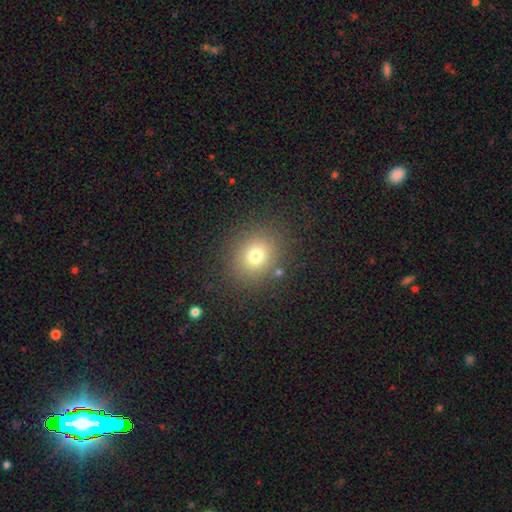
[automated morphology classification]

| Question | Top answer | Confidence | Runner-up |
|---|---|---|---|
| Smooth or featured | smooth | 74% | star or artifact (16%) |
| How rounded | round | 76% | in between (23%) |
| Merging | none | 85% | minor disturbance (9%) |